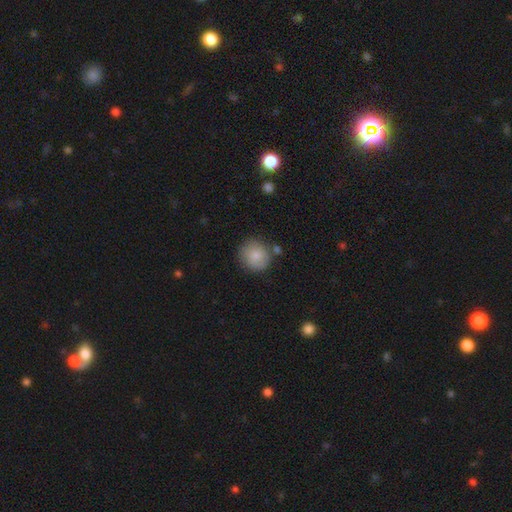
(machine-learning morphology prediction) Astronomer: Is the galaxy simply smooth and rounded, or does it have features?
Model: smooth — 82%.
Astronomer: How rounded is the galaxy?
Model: round — 88%.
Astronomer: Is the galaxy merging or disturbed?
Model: none — 73%.